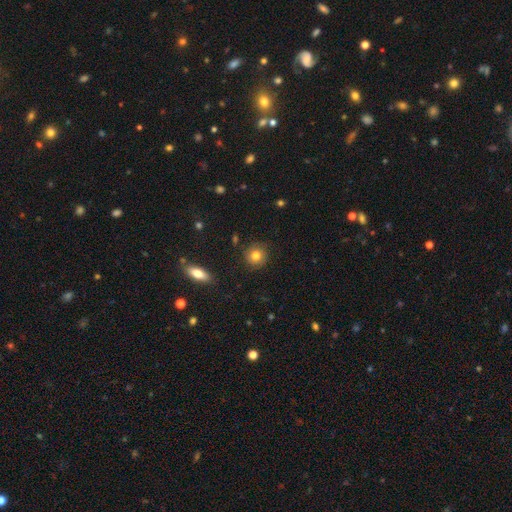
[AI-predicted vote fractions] smooth-or-featured: smooth: 78% | featured or disk: 11% | star or artifact: 10%
  how-rounded: round: 91% | in between: 8% | cigar-shaped: 1%
  merging: none: 88% | minor disturbance: 8% | major disturbance: 2% | merger: 2%